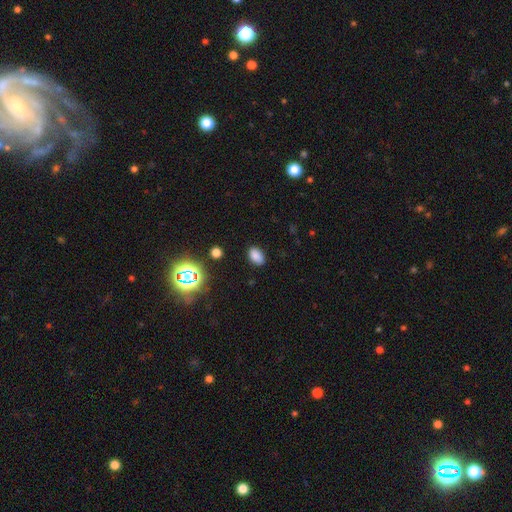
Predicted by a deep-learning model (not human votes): smooth-or-featured: smooth: 79% | star or artifact: 16% | featured or disk: 5%
  how-rounded: in between: 87% | round: 11% | cigar-shaped: 1%
  merging: none: 86% | minor disturbance: 10% | major disturbance: 3% | merger: 1%